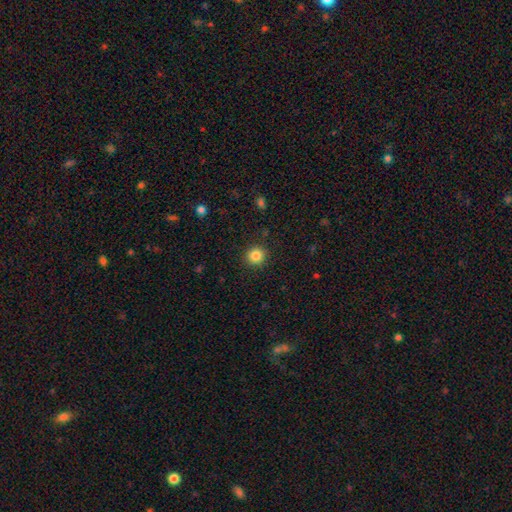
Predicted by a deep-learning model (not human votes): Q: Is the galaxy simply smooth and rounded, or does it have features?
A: smooth — 84%.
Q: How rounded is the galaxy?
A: round — 92%.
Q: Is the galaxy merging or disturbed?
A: none — 91%.